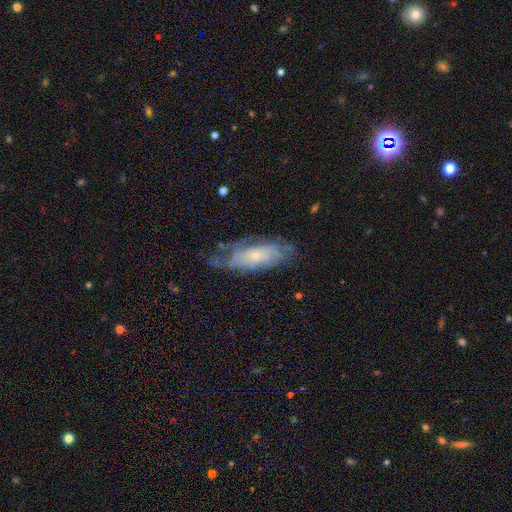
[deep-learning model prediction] Morphology: type=featured or disk (54%); edge-on=no (83%); merging=none (52%).